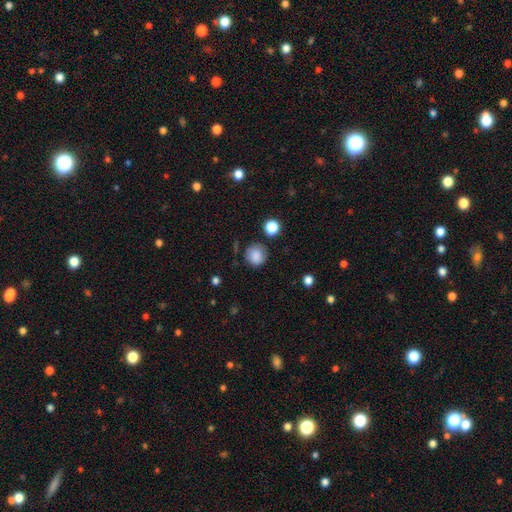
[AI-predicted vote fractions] smooth-or-featured: smooth: 85% | star or artifact: 9% | featured or disk: 5%
  how-rounded: round: 90% | in between: 10% | cigar-shaped: 1%
  merging: none: 78% | minor disturbance: 15% | major disturbance: 4% | merger: 3%